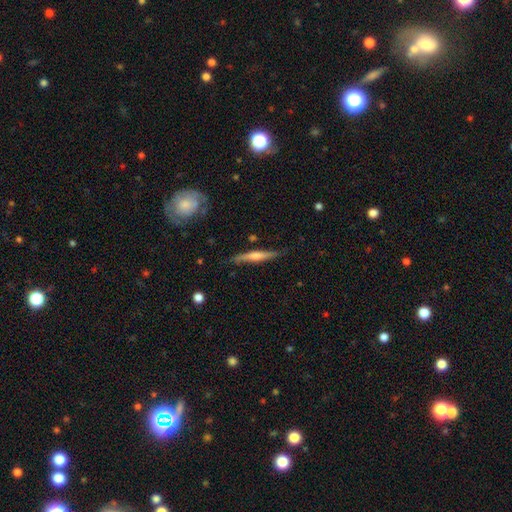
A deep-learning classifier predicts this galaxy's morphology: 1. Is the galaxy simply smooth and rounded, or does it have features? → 65% featured or disk, 29% smooth, 6% star or artifact.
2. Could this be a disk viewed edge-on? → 95% yes, 5% no.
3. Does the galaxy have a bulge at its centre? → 70% rounded, 19% none, 11% boxy.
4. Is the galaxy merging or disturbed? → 81% none, 14% minor disturbance, 3% major disturbance, 2% merger.